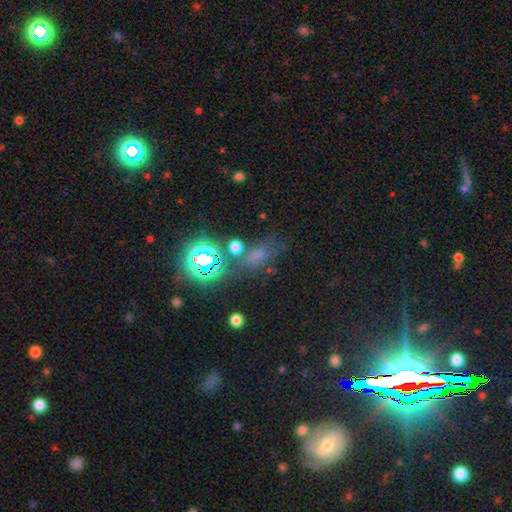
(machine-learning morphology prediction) smooth_or_featured: star or artifact (p=0.45) [alt: smooth p=0.42]